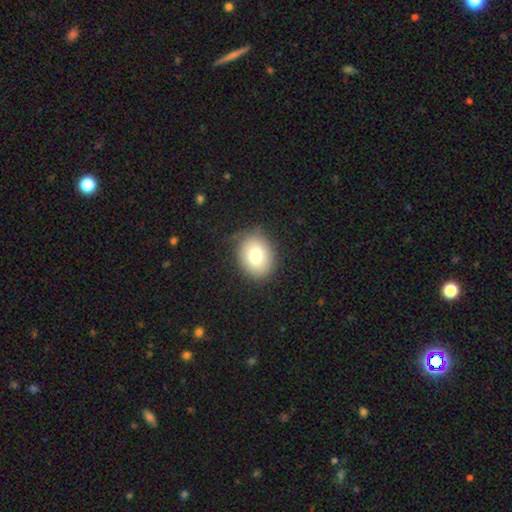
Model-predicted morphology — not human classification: Smooth or featured? smooth (76%)
How rounded? round (56%)
Merging? none (76%)